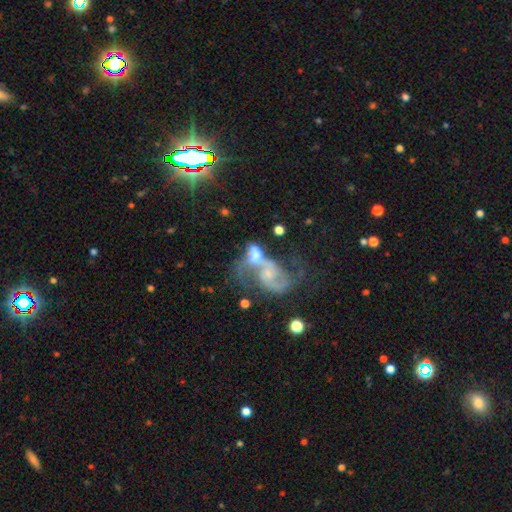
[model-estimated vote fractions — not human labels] Smooth or featured?
  - featured or disk: 65% *
  - smooth: 26%
  - star or artifact: 10%
Edge-on disk?
  - no: 95% *
  - yes: 5%
Bar?
  - no: 60% *
  - weak: 31%
  - strong: 9%
Spiral arms?
  - yes: 75% *
  - no: 25%
Bulge size?
  - small: 39% *
  - moderate: 34%
  - none: 16%
  - large: 9%
  - dominant: 2%
Merging?
  - merger: 65% *
  - major disturbance: 15%
  - none: 13%
  - minor disturbance: 8%